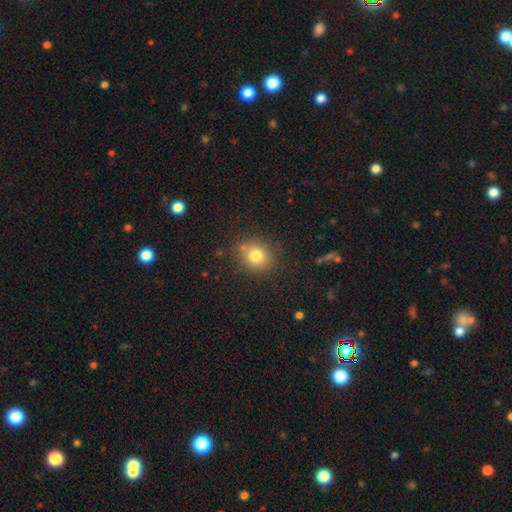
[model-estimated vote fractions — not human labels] Q: Smooth or featured?
A: smooth (78%); runner-up: star or artifact (13%)
Q: How rounded?
A: round (79%); runner-up: in between (20%)
Q: Merging?
A: none (81%); runner-up: minor disturbance (11%)